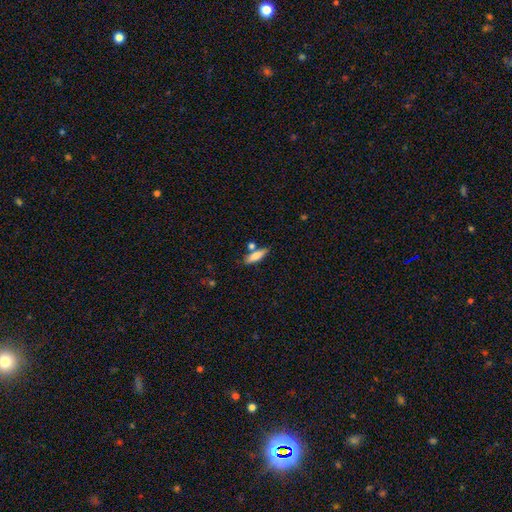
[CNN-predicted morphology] Smooth or featured?
  - smooth: 78% *
  - featured or disk: 15%
  - star or artifact: 7%
How rounded?
  - cigar-shaped: 57% *
  - in between: 41%
  - round: 3%
Merging?
  - none: 66% *
  - merger: 16%
  - minor disturbance: 14%
  - major disturbance: 4%